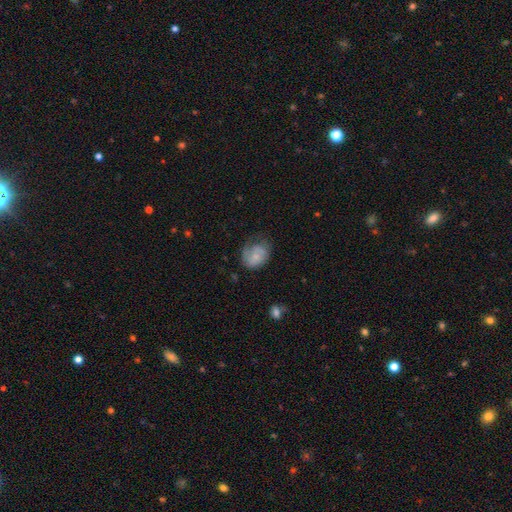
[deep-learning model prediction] Smooth or featured: smooth — 55% (featured or disk — 37%)
How rounded: in between — 55% (round — 44%)
Merging: none — 45% (minor disturbance — 32%)